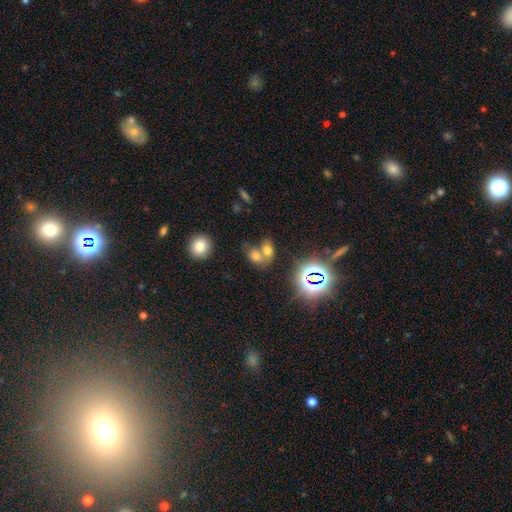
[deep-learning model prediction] Smooth or featured? smooth (64%)
How rounded? in between (62%)
Merging? merger (58%)